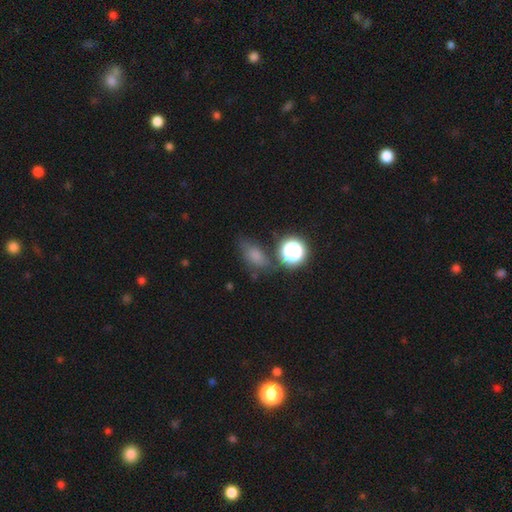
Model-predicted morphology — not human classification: smooth 70%, star or artifact 19%, featured or disk 12%. Down the decision tree: how rounded — in between (71%); merging — none (60%).